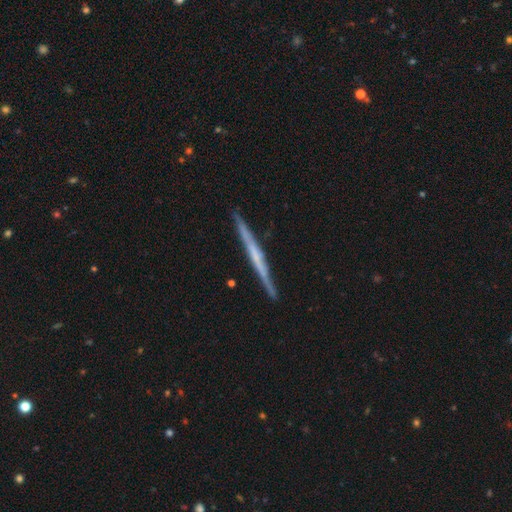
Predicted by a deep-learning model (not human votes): Q: Smooth or featured?
A: featured or disk (65%); runner-up: smooth (30%)
Q: Edge-on disk?
A: yes (98%); runner-up: no (2%)
Q: Edge-on bulge?
A: none (71%); runner-up: rounded (19%)
Q: Merging?
A: none (91%); runner-up: minor disturbance (7%)